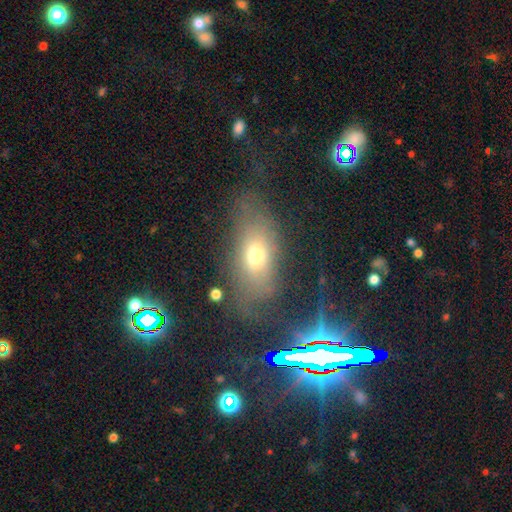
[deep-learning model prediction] The model was most divided on "smooth or featured": smooth: 56%, featured or disk: 26%, star or artifact: 19%. More confident: how rounded — in between (79%); merging — none (58%).